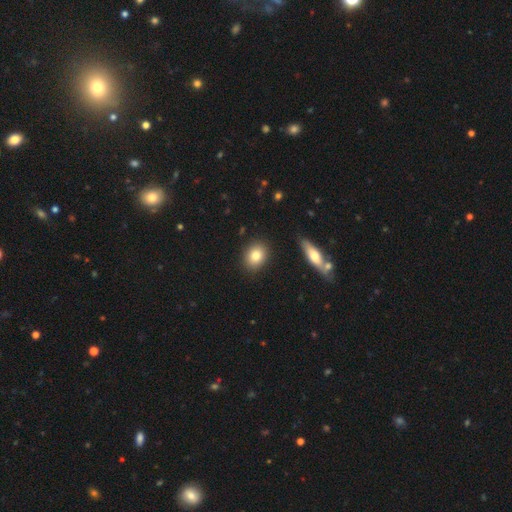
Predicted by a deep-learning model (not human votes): smooth_or_featured: smooth (p=0.82) [alt: featured or disk p=0.10]
how_rounded: in between (p=0.50) [alt: round p=0.48]
merging: none (p=0.88) [alt: minor disturbance p=0.08]